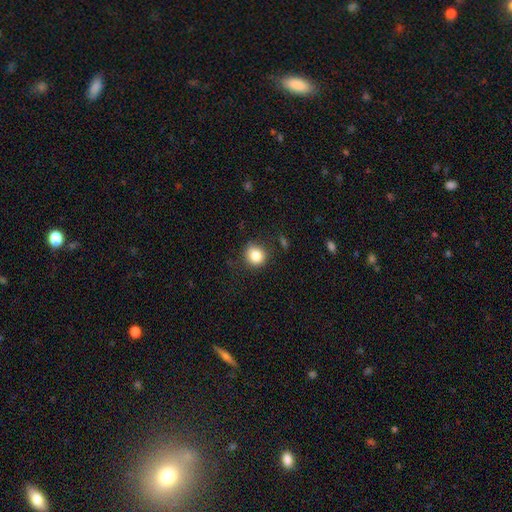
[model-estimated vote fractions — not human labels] Q: Smooth or featured?
A: smooth (83%); runner-up: star or artifact (11%)
Q: How rounded?
A: round (83%); runner-up: in between (16%)
Q: Merging?
A: none (83%); runner-up: minor disturbance (12%)